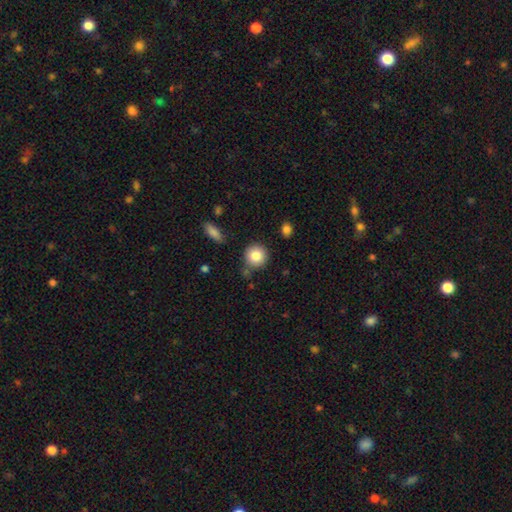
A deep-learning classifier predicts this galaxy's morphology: Q: Smooth or featured?
A: smooth (84%); runner-up: star or artifact (9%)
Q: How rounded?
A: round (92%); runner-up: in between (7%)
Q: Merging?
A: none (80%); runner-up: minor disturbance (12%)